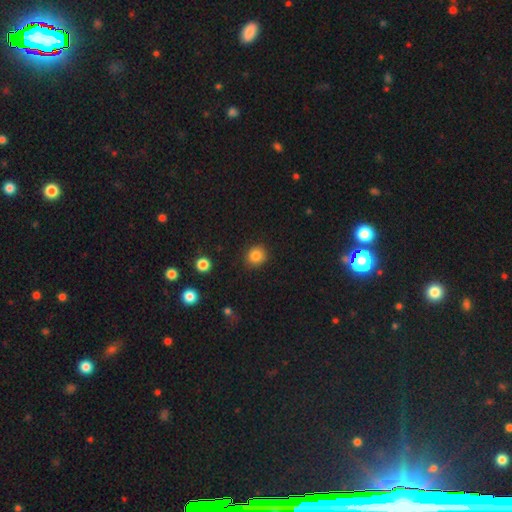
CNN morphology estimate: The model was most divided on "how rounded": round: 83%, in between: 16%, cigar-shaped: 1%. More confident: merging — none (88%); smooth or featured — smooth (84%).